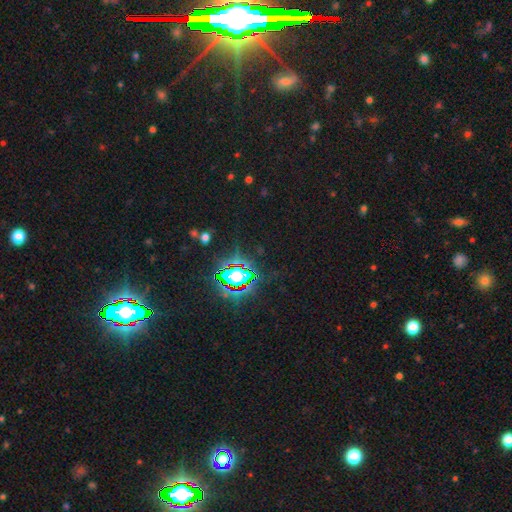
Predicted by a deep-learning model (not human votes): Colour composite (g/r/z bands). It shows a star or artifact, not a galaxy (83%).